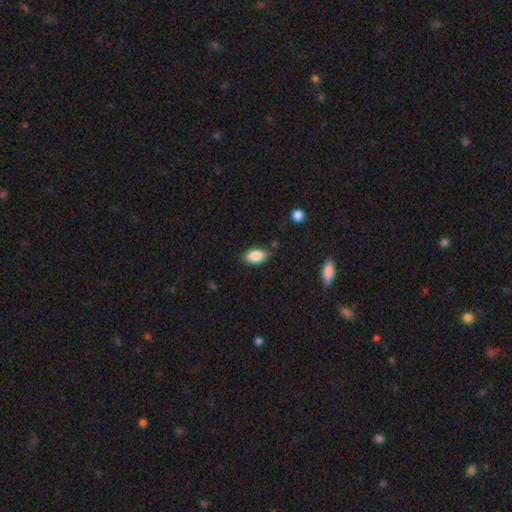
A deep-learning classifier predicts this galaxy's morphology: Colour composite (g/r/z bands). It shows a smooth galaxy with no disk features (86%) that is in between round and cigar-shaped (91%). Merging: none (82%).